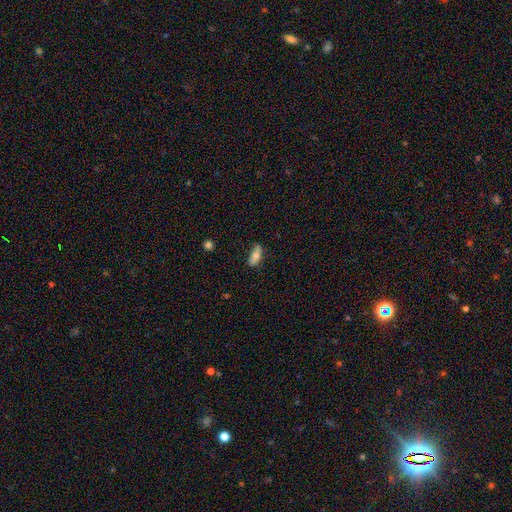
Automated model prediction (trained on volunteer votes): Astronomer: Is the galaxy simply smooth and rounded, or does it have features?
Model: smooth — 70%.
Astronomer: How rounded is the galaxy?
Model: in between — 79%.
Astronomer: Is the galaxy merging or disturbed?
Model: none — 72%.